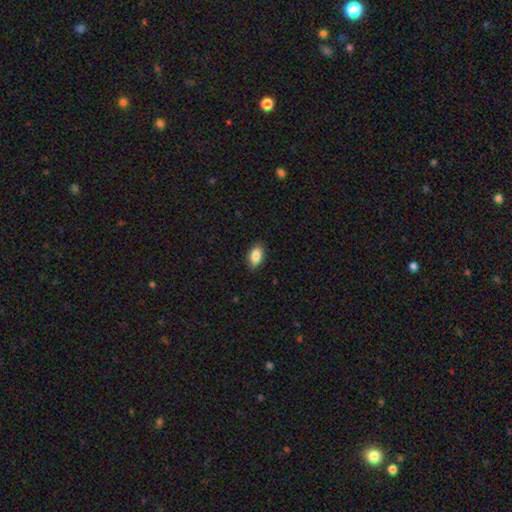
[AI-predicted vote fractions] This appears to be a smooth galaxy with no disk features (87%) that is in between round and cigar-shaped (91%). Merging: none (87%).